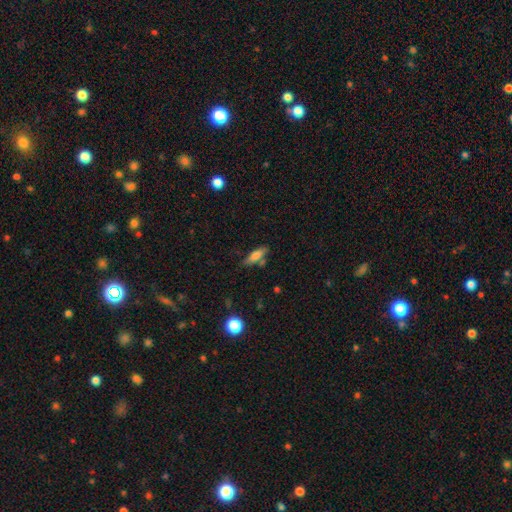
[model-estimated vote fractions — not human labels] Smooth or featured? Predicted: smooth (p=0.73). How rounded? Predicted: in between (p=0.51). Merging? Predicted: none (p=0.67).